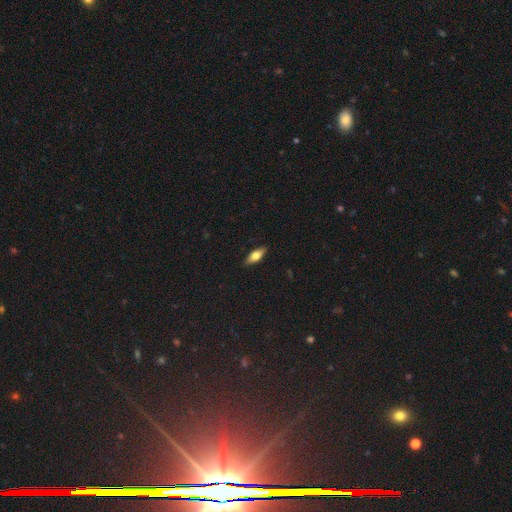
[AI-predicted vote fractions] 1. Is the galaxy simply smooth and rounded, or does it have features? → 60% smooth, 33% featured or disk, 7% star or artifact.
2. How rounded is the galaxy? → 66% in between, 31% cigar-shaped, 3% round.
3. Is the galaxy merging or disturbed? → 89% none, 8% minor disturbance, 2% major disturbance, 1% merger.